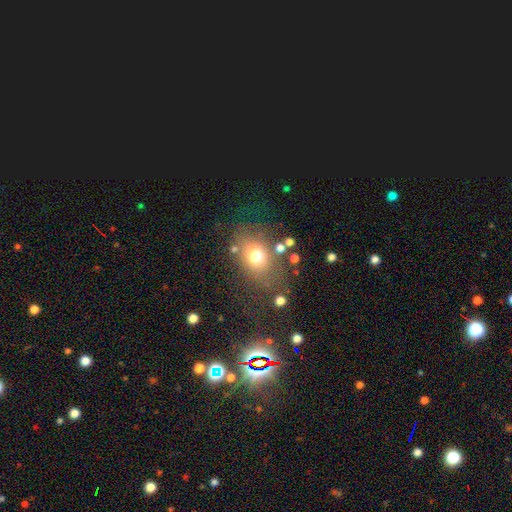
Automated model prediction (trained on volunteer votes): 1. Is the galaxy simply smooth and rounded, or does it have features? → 69% smooth, 17% featured or disk, 14% star or artifact.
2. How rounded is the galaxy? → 58% in between, 40% round, 1% cigar-shaped.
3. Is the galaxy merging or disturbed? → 65% none, 17% minor disturbance, 12% major disturbance, 6% merger.